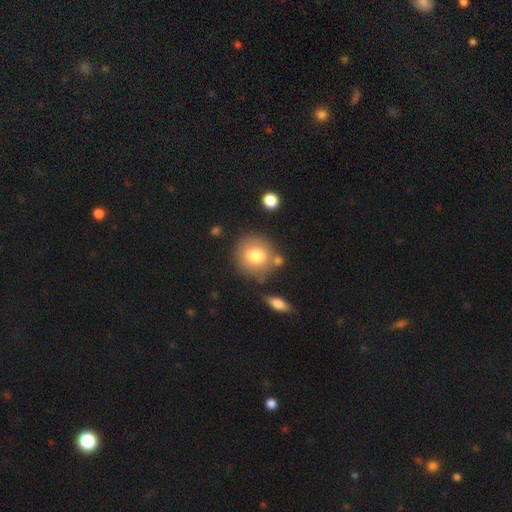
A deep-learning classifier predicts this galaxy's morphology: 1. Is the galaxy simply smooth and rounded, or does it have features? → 75% smooth, 15% featured or disk, 9% star or artifact.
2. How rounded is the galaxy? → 87% round, 12% in between, 1% cigar-shaped.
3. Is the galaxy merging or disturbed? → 72% none, 12% minor disturbance, 12% merger, 4% major disturbance.